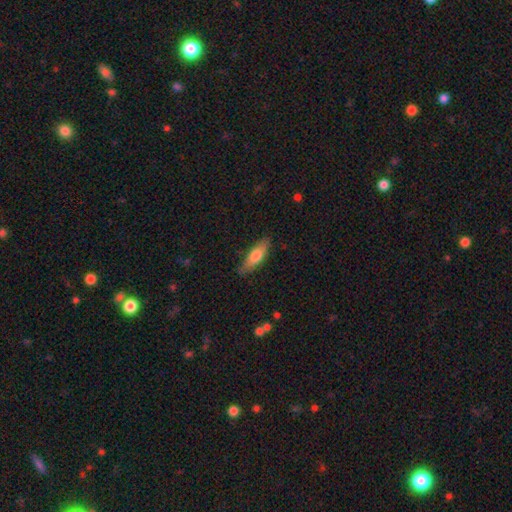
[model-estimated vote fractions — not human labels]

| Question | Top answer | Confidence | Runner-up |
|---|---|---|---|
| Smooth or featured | smooth | 70% | featured or disk (25%) |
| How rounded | cigar-shaped | 50% | in between (48%) |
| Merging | none | 81% | minor disturbance (15%) |